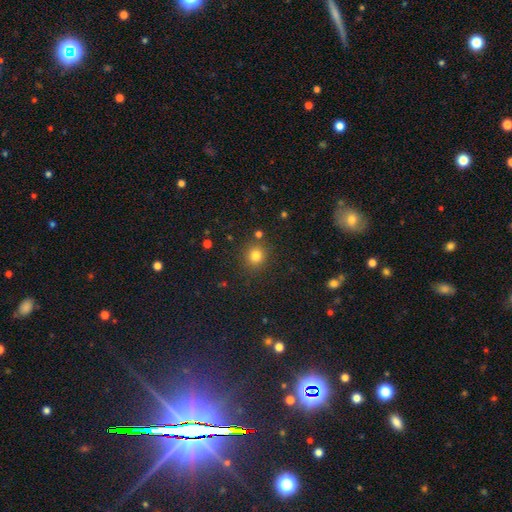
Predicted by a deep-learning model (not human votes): smooth 80%, star or artifact 15%, featured or disk 5%. Down the decision tree: how rounded — round (90%); merging — none (85%).